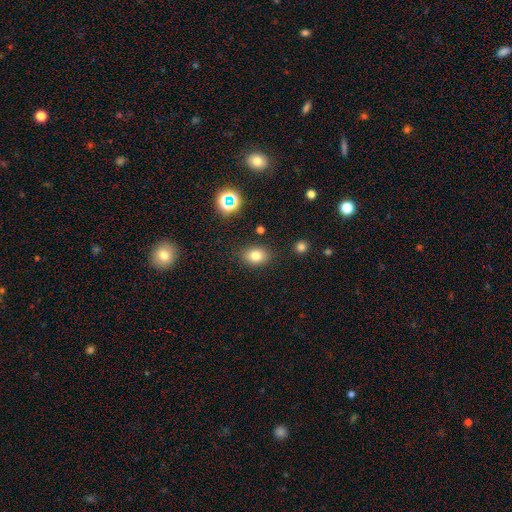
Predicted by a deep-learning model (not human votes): Smooth or featured? Predicted: smooth (p=0.78). How rounded? Predicted: in between (p=0.66). Merging? Predicted: none (p=0.84).